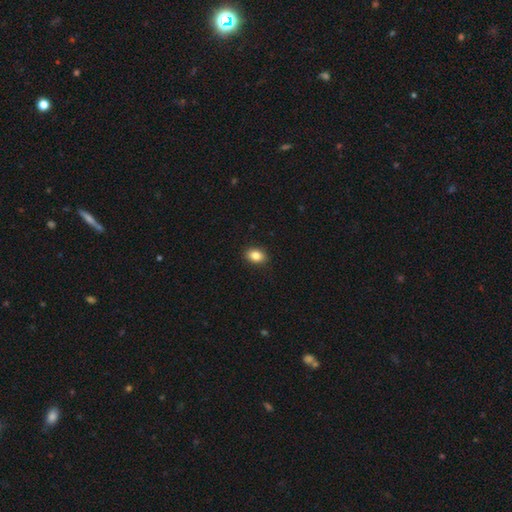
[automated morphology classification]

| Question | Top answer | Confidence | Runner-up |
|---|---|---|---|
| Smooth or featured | smooth | 84% | star or artifact (9%) |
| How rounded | in between | 78% | round (21%) |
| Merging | none | 90% | minor disturbance (7%) |